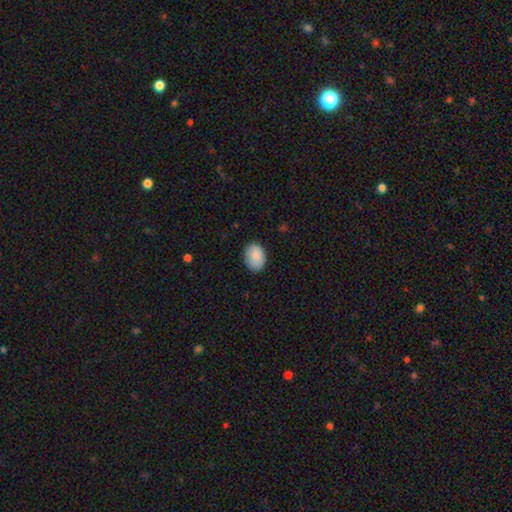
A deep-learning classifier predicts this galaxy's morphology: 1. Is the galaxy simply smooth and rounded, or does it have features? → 89% smooth, 7% star or artifact, 5% featured or disk.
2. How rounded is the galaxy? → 78% in between, 21% round, 1% cigar-shaped.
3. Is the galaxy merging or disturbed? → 84% none, 13% minor disturbance, 2% major disturbance, 1% merger.